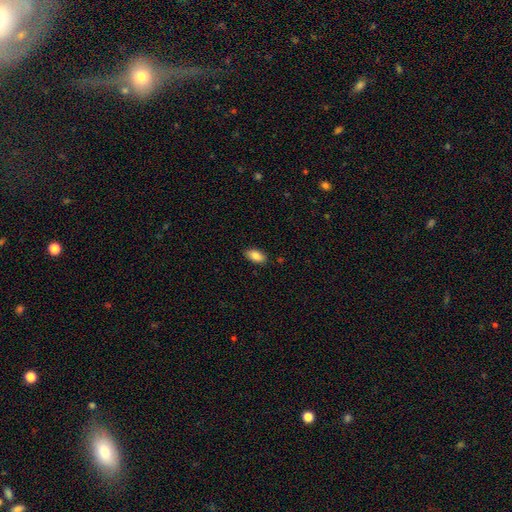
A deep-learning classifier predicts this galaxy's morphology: Smooth or featured?
  - smooth: 86% *
  - star or artifact: 7%
  - featured or disk: 7%
How rounded?
  - in between: 92% *
  - cigar-shaped: 5%
  - round: 3%
Merging?
  - none: 87% *
  - minor disturbance: 9%
  - major disturbance: 2%
  - merger: 1%